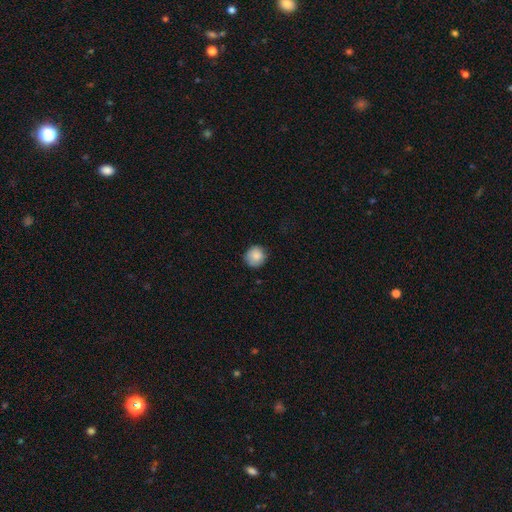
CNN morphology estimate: A smooth galaxy with no disk features (86%) that is round (91%).

Vote fractions:
- Smooth or featured? smooth: 86% / star or artifact: 8% / featured or disk: 6%
- How rounded? round: 91% / in between: 8% / cigar-shaped: 1%
- Merging? none: 82% / minor disturbance: 15% / major disturbance: 3% / merger: 1%